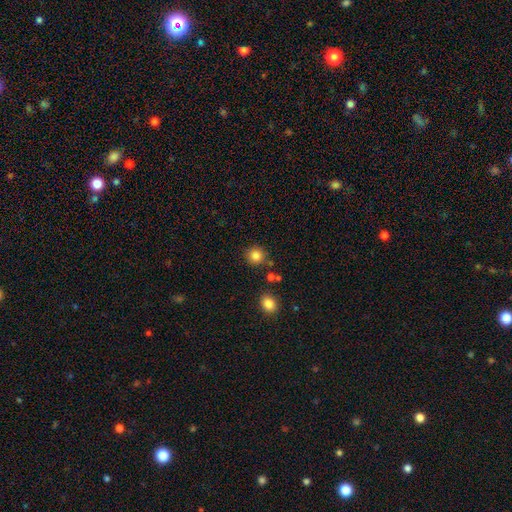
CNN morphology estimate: Smooth or featured: smooth — 84% (star or artifact — 11%)
How rounded: round — 91% (in between — 8%)
Merging: none — 84% (minor disturbance — 8%)